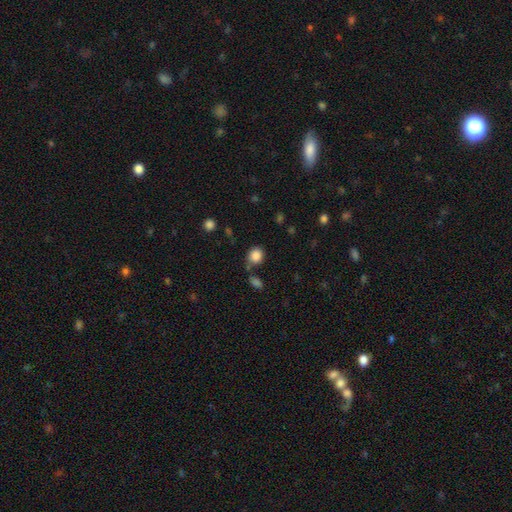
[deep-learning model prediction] smooth-or-featured: smooth: 86% | star or artifact: 10% | featured or disk: 5%
  how-rounded: round: 79% | in between: 20% | cigar-shaped: 1%
  merging: none: 72% | minor disturbance: 13% | merger: 11% | major disturbance: 4%